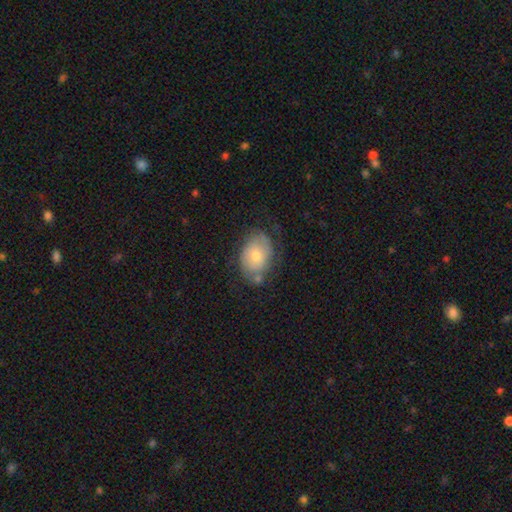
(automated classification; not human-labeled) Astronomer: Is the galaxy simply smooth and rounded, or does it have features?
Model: smooth — 53% (runner-up: featured or disk, 40%).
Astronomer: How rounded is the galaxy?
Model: in between — 75%.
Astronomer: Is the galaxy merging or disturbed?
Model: none — 59%.